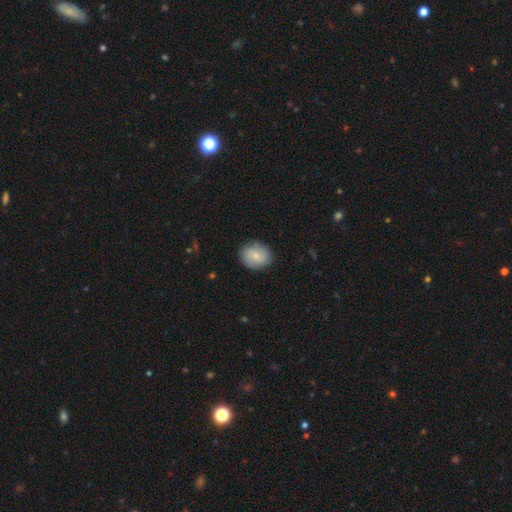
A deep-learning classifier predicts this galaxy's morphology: This appears to be a smooth galaxy with no disk features (78%) that is round (57%). Merging: none (83%).